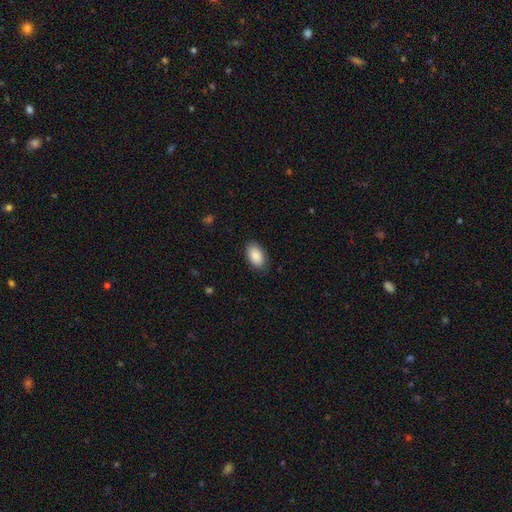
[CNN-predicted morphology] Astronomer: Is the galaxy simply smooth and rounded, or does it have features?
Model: smooth — 89%.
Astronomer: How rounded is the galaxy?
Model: in between — 94%.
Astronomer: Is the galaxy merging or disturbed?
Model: none — 85%.